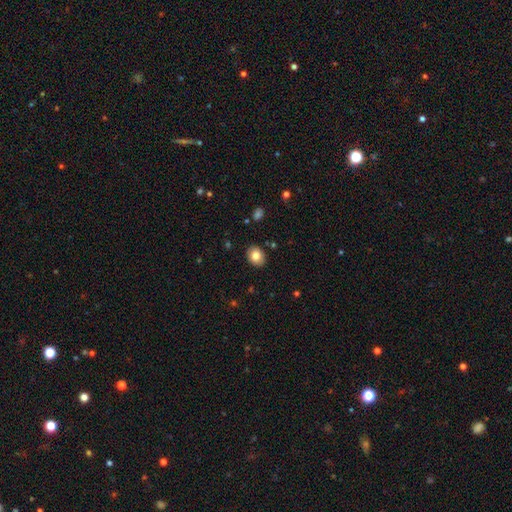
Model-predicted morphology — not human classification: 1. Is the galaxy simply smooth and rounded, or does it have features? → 82% smooth, 10% featured or disk, 8% star or artifact.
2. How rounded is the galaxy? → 55% in between, 45% round, 1% cigar-shaped.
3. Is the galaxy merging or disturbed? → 88% none, 9% minor disturbance, 2% major disturbance, 1% merger.